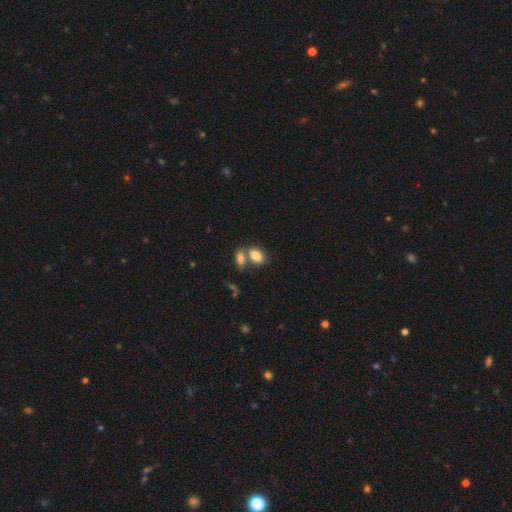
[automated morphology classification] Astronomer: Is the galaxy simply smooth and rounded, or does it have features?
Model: smooth — 84%.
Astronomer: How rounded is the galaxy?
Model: in between — 86%.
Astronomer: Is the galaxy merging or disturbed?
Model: merger — 43%, tied with none at 43%.